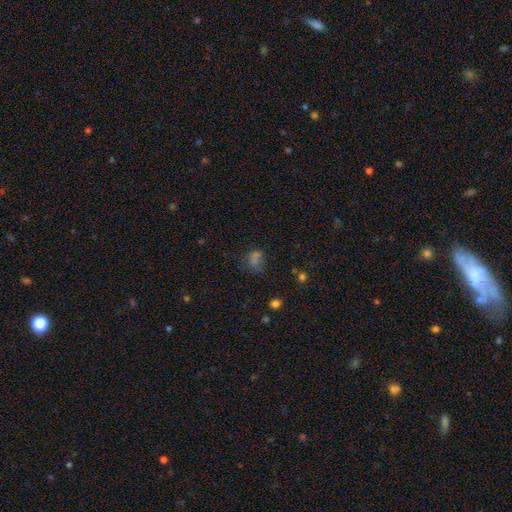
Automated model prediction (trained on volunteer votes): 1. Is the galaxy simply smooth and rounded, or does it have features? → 55% smooth, 33% star or artifact, 12% featured or disk.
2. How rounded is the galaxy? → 50% round, 48% in between, 2% cigar-shaped.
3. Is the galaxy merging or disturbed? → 56% none, 21% minor disturbance, 16% major disturbance, 7% merger.